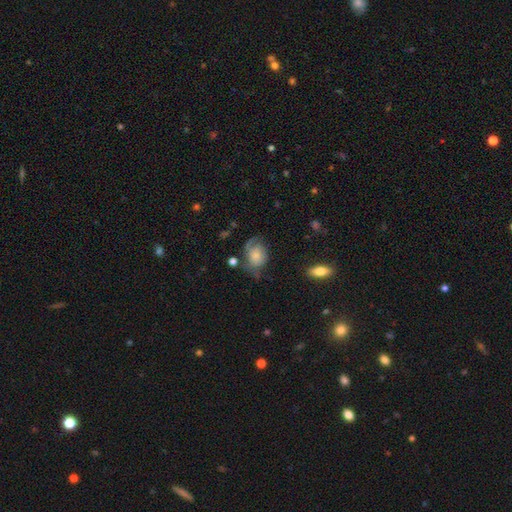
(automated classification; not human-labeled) Smooth or featured: smooth — 53% (featured or disk — 39%)
How rounded: in between — 66% (round — 32%)
Merging: none — 40% (minor disturbance — 30%)